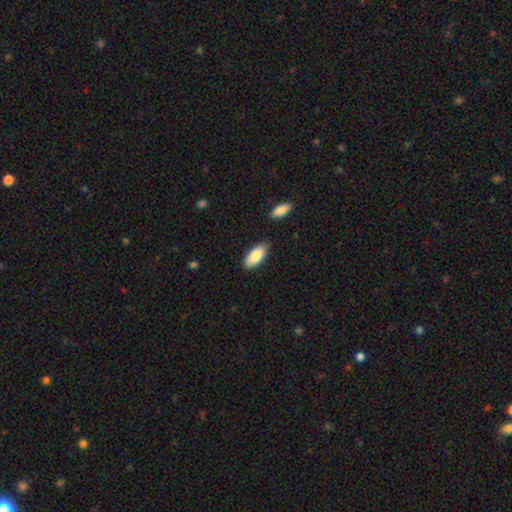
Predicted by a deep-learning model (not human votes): This is clearly a smooth galaxy (84%). How rounded: clearly in between (89%). Merging: clearly none (83%).